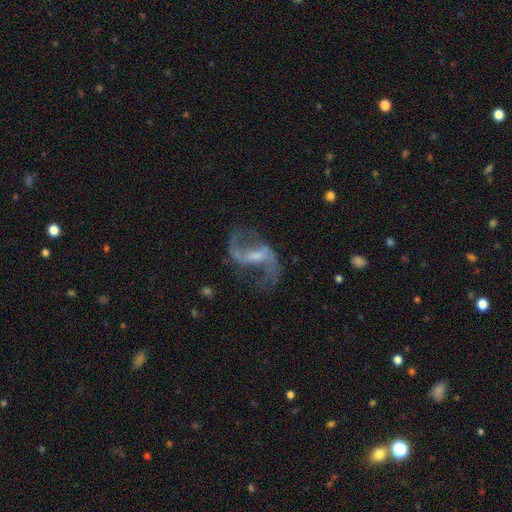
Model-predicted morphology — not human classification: Smooth or featured? Predicted: featured or disk (p=0.89). Edge-on disk? Predicted: no (p=0.97). Bar? Predicted: weak (p=0.51). Spiral arms? Predicted: yes (p=0.95). Spiral winding? Predicted: loose (p=0.70). Spiral arm count? Predicted: 2 (p=0.93). Bulge size? Predicted: small (p=0.40). Merging? Predicted: none (p=0.69).